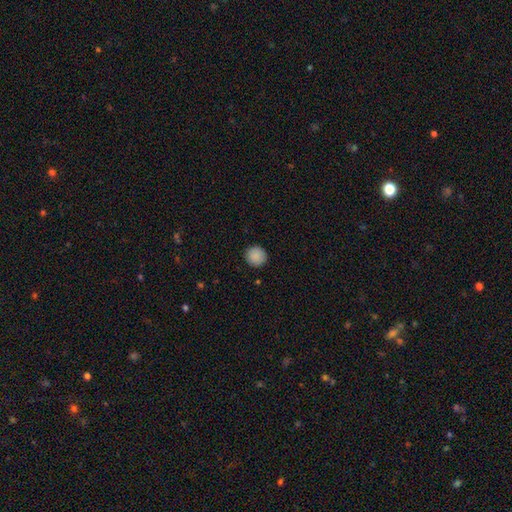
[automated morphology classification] smooth_or_featured: smooth (p=0.89) [alt: star or artifact p=0.08]
how_rounded: round (p=0.94) [alt: in between p=0.05]
merging: none (p=0.92) [alt: minor disturbance p=0.06]